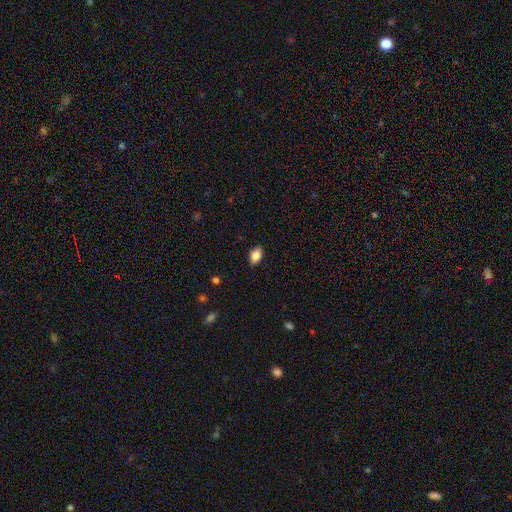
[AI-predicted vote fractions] Q: Smooth or featured?
A: smooth (86%); runner-up: star or artifact (8%)
Q: How rounded?
A: in between (89%); runner-up: round (9%)
Q: Merging?
A: none (87%); runner-up: minor disturbance (10%)